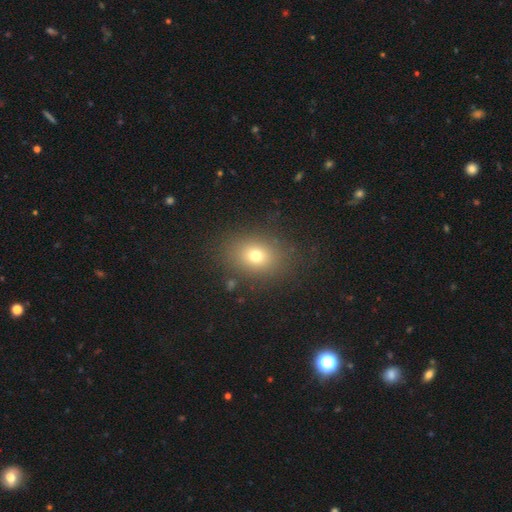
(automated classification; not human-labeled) A smooth galaxy with no disk features (72%) that is in between round and cigar-shaped (58%). Merging: none (84%).